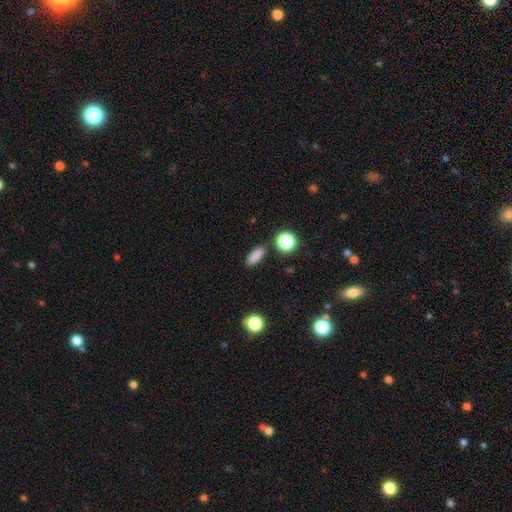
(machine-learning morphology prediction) Smooth or featured? smooth (84%)
How rounded? in between (68%)
Merging? none (86%)